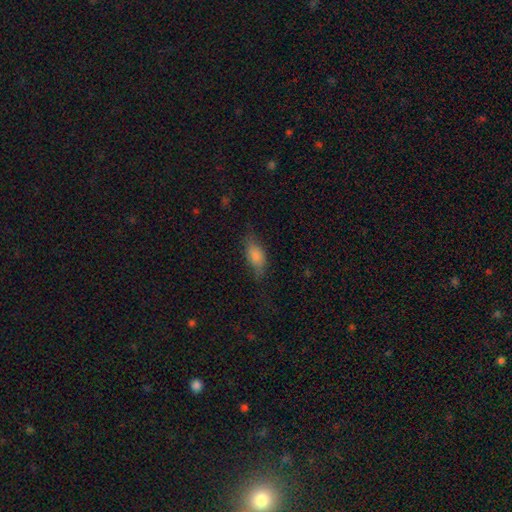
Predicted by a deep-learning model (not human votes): smooth 79%, featured or disk 12%, star or artifact 9%. Down the decision tree: how rounded — in between (87%); merging — none (57%).